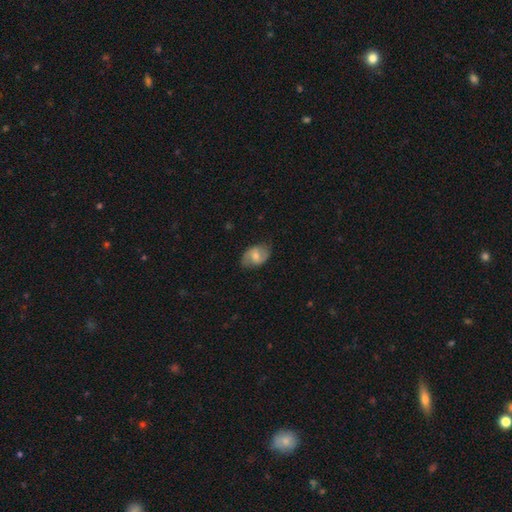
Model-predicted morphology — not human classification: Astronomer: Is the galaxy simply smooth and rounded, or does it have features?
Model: featured or disk — 55% (runner-up: smooth, 38%).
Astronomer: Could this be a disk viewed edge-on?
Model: no — 96%.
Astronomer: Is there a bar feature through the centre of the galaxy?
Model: weak — 51% (runner-up: no, 31%).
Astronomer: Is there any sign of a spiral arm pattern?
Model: yes — 83%.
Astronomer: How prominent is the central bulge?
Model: moderate — 55% (runner-up: small, 33%).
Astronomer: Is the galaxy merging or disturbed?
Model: none — 75%.